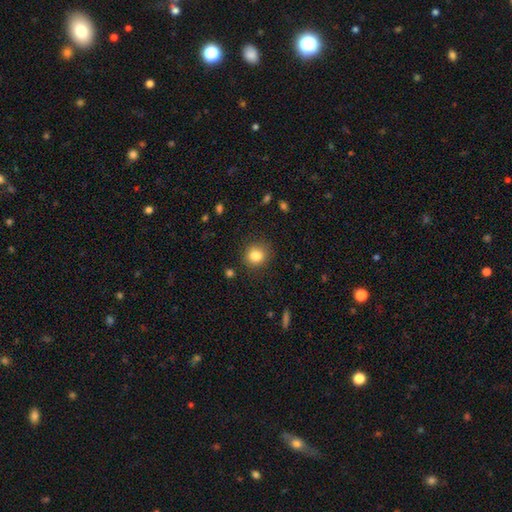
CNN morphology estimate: This appears to be a smooth galaxy with no disk features (83%) that is round (82%). Merging: none (86%).